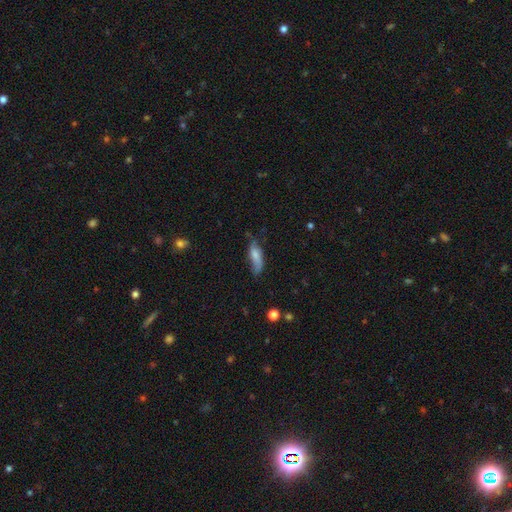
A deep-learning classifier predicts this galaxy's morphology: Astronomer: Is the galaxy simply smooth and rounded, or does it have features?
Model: smooth — 66%.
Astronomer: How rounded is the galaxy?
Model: in between — 59% (runner-up: cigar-shaped, 38%).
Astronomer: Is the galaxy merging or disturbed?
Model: none — 46% (runner-up: minor disturbance, 35%).